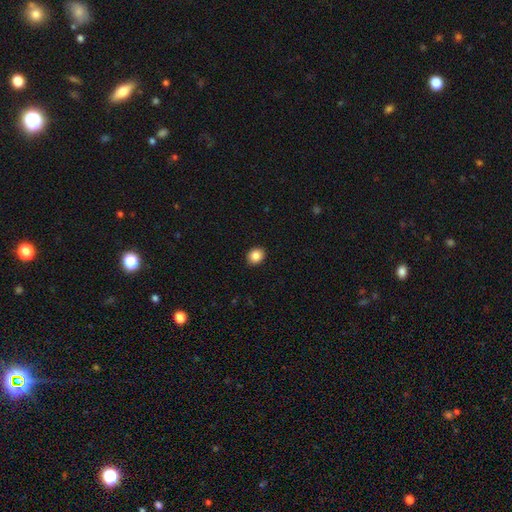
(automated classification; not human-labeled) smooth 86%, star or artifact 9%, featured or disk 5%. Down the decision tree: how rounded — round (61%); merging — none (92%).